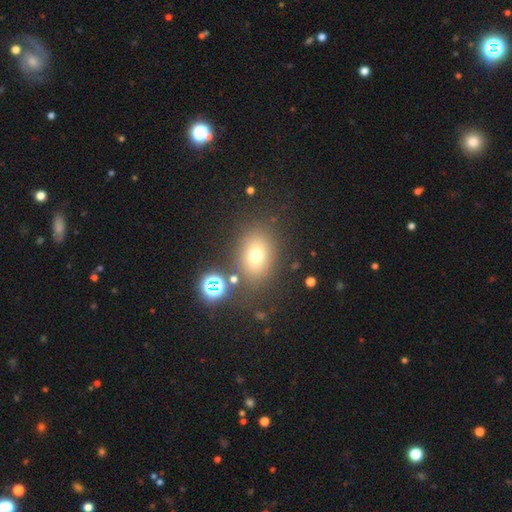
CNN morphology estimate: Overall: smooth (67%). How rounded: in between (57%; round 42%). Merging: none (77%).